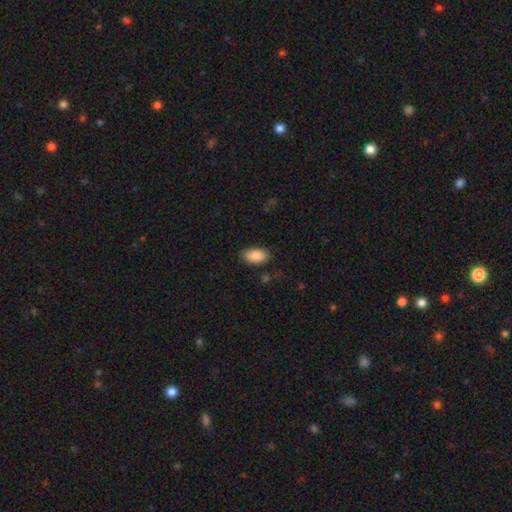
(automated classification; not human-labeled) Q: Smooth or featured?
A: smooth (88%); runner-up: star or artifact (7%)
Q: How rounded?
A: in between (94%); runner-up: round (4%)
Q: Merging?
A: none (83%); runner-up: minor disturbance (12%)